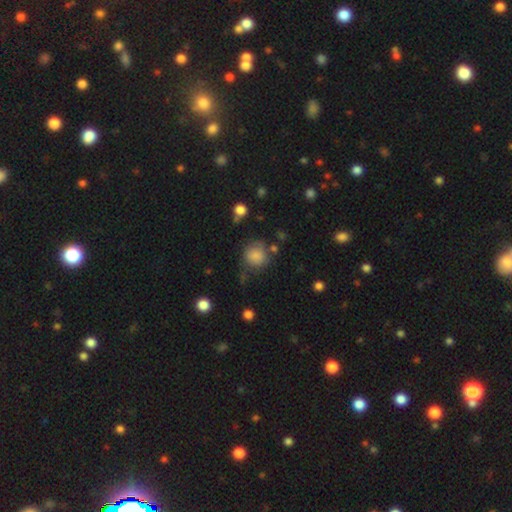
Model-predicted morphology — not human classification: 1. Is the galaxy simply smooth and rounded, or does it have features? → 82% smooth, 10% star or artifact, 8% featured or disk.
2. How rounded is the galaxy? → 87% round, 12% in between, 1% cigar-shaped.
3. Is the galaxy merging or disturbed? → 68% none, 18% minor disturbance, 8% major disturbance, 6% merger.